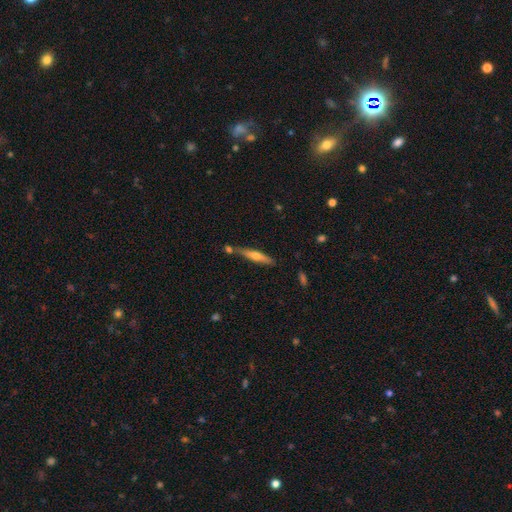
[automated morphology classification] Smooth or featured? featured or disk (53%)
Edge-on disk? yes (95%)
Edge-on bulge? rounded (84%)
Merging? none (73%)